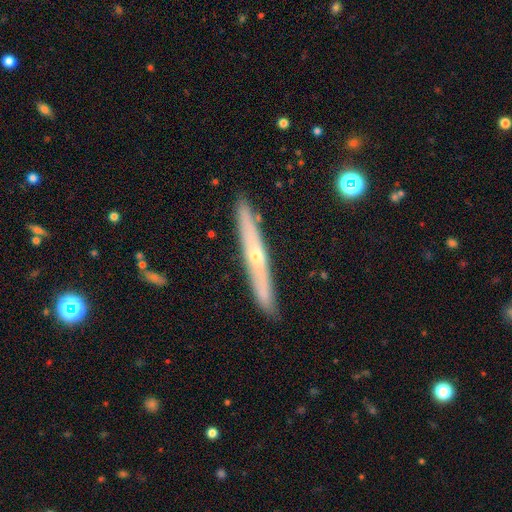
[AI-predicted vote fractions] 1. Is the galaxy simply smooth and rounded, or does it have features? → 66% featured or disk, 28% smooth, 7% star or artifact.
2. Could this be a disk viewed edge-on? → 90% yes, 10% no.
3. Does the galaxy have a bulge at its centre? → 73% rounded, 25% none, 2% boxy.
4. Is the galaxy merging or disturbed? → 89% none, 8% minor disturbance, 1% major disturbance, 1% merger.